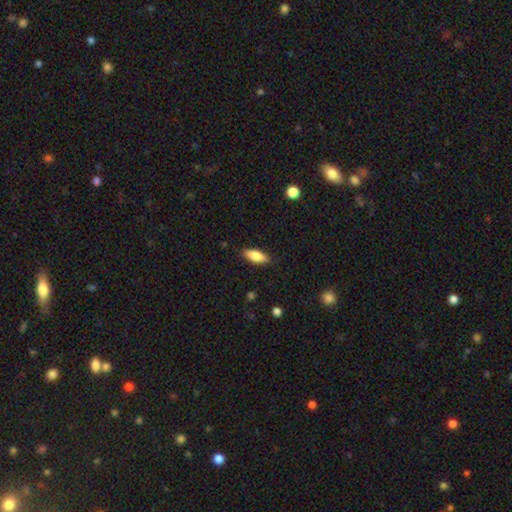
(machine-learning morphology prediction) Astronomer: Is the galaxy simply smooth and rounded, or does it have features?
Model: smooth — 82%.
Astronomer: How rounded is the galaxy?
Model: in between — 74%.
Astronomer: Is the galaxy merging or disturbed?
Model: none — 86%.